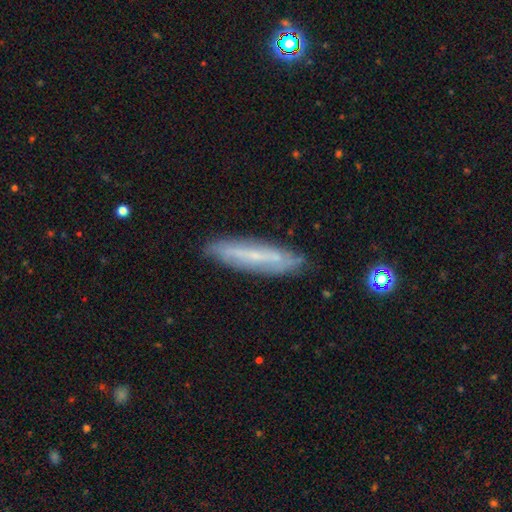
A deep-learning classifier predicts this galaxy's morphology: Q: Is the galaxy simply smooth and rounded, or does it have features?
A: featured or disk — 56%.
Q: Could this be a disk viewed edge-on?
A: yes — 55%.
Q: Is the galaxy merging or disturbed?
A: none — 82%.